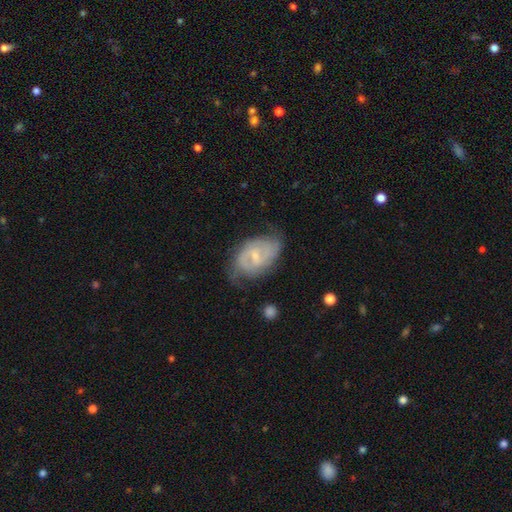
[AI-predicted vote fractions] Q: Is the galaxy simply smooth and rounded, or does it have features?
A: featured or disk — 76%.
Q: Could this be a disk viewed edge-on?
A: no — 97%.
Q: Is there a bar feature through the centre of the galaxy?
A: weak — 58%.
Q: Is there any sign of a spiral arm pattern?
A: yes — 89%.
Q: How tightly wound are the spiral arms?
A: medium — 42%, tied with tight.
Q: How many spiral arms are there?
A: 2 — 62%.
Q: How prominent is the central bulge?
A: small — 62%.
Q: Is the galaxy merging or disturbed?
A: none — 60%.